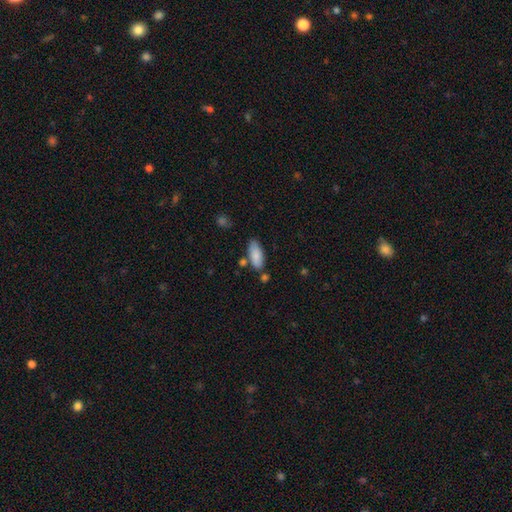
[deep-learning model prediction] smooth_or_featured: smooth (p=0.85) [alt: featured or disk p=0.09]
how_rounded: in between (p=0.81) [alt: cigar-shaped p=0.17]
merging: none (p=0.69) [alt: minor disturbance p=0.18]